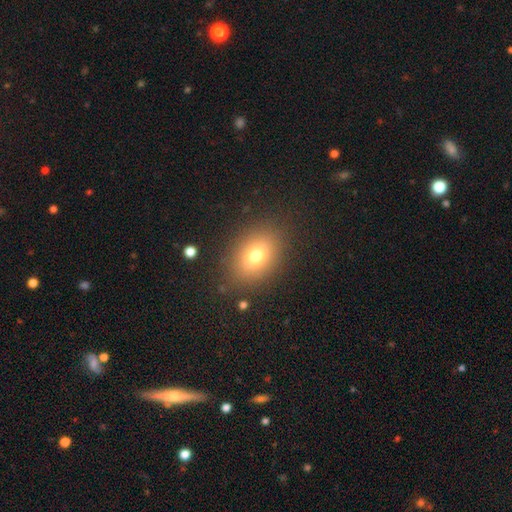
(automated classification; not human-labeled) A smooth galaxy with no disk features (74%) that is in between round and cigar-shaped (77%). Merging: none (85%).